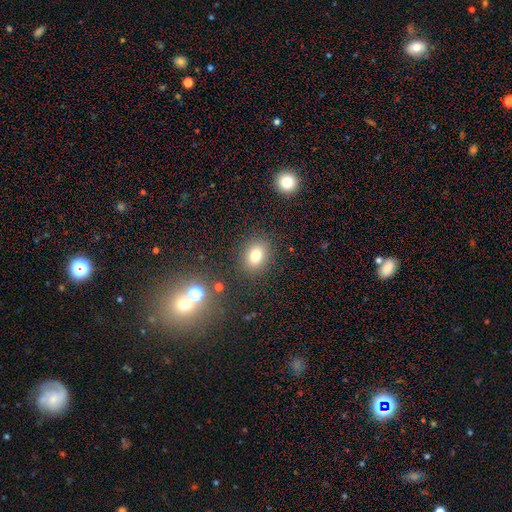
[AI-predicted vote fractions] Smooth or featured?
  - smooth: 77% *
  - star or artifact: 14%
  - featured or disk: 10%
How rounded?
  - in between: 59% *
  - round: 39%
  - cigar-shaped: 1%
Merging?
  - none: 85% *
  - minor disturbance: 9%
  - major disturbance: 4%
  - merger: 2%